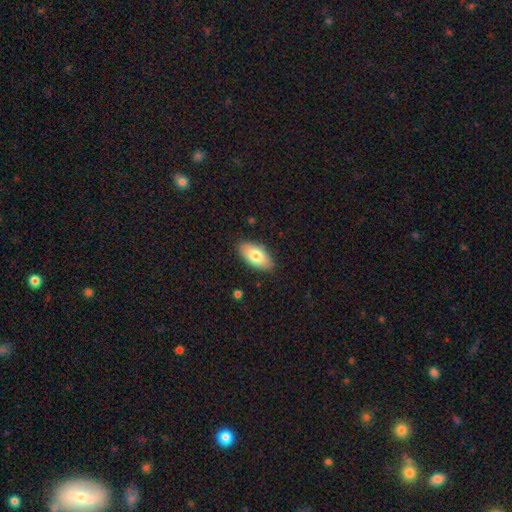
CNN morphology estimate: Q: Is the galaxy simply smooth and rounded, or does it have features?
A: smooth — 77%.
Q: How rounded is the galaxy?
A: in between — 92%.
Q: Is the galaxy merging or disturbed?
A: none — 87%.